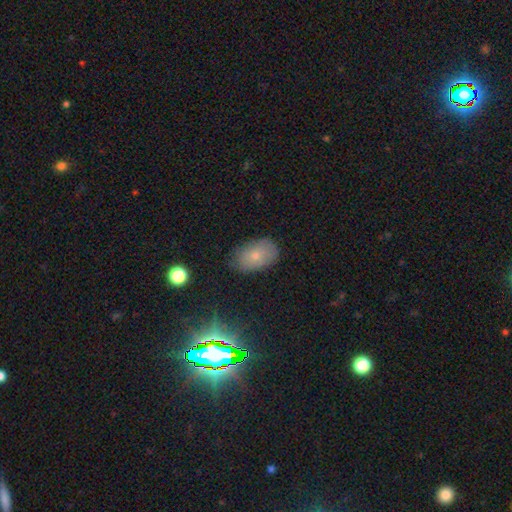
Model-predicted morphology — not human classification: A smooth galaxy with no disk features (71%) that is in between round and cigar-shaped (89%).

Vote fractions:
- Smooth or featured? smooth: 71% / featured or disk: 16% / star or artifact: 12%
- How rounded? in between: 89% / round: 10% / cigar-shaped: 1%
- Merging? none: 77% / minor disturbance: 18% / major disturbance: 4% / merger: 1%